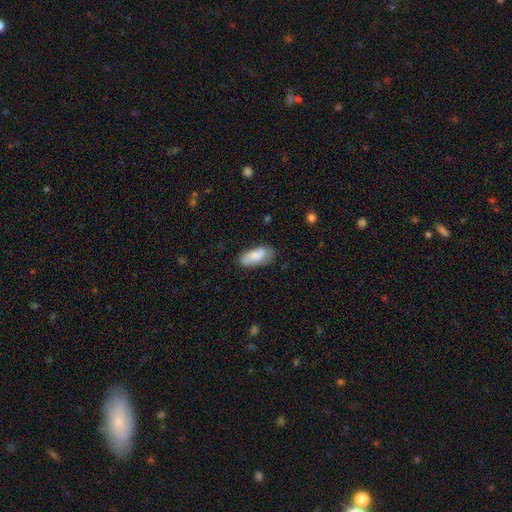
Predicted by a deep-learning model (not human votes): This appears to be a smooth galaxy with no disk features (65%) that is in between round and cigar-shaped (88%). Merging: none (68%).